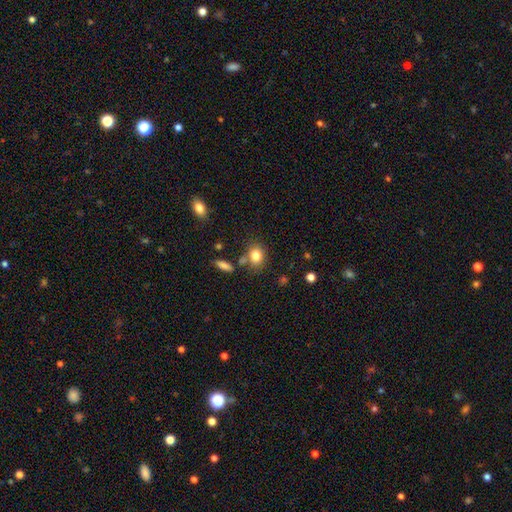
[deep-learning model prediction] Q: Smooth or featured?
A: smooth (81%); runner-up: star or artifact (10%)
Q: How rounded?
A: in between (50%); runner-up: round (49%)
Q: Merging?
A: none (69%); runner-up: minor disturbance (14%)